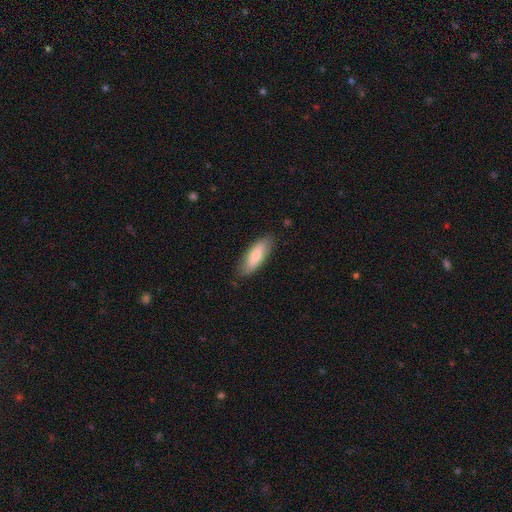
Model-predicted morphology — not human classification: Smooth or featured?
  - smooth: 79% *
  - featured or disk: 16%
  - star or artifact: 5%
How rounded?
  - in between: 59% *
  - cigar-shaped: 39%
  - round: 2%
Merging?
  - none: 79% *
  - minor disturbance: 17%
  - major disturbance: 3%
  - merger: 1%